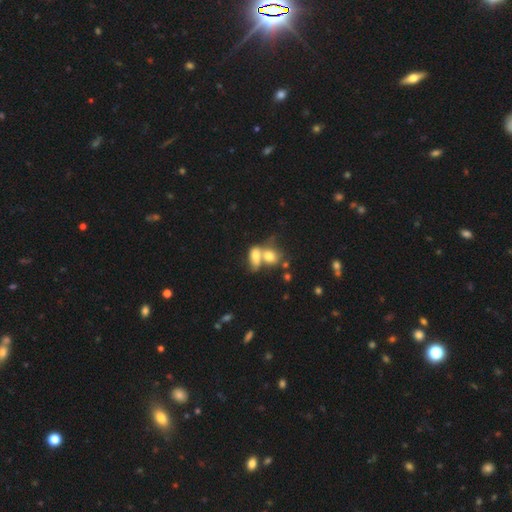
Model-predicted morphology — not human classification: Smooth or featured?
  - smooth: 72% *
  - featured or disk: 19%
  - star or artifact: 10%
How rounded?
  - in between: 77% *
  - round: 18%
  - cigar-shaped: 5%
Merging?
  - merger: 69% *
  - none: 18%
  - minor disturbance: 7%
  - major disturbance: 5%